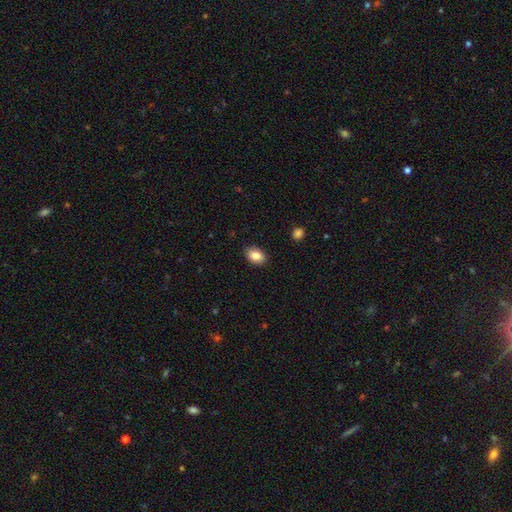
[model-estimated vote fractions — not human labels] Overall: smooth (85%). How rounded: in between (84%). Merging: none (88%).